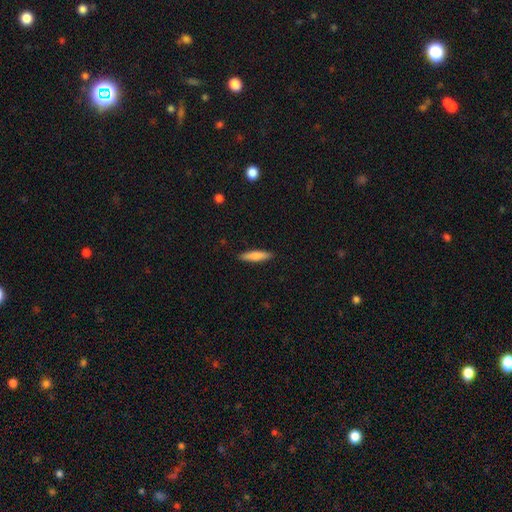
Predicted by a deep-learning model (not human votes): Smooth or featured?
  - smooth: 75% *
  - featured or disk: 19%
  - star or artifact: 6%
How rounded?
  - cigar-shaped: 81% *
  - in between: 17%
  - round: 1%
Merging?
  - none: 90% *
  - minor disturbance: 7%
  - major disturbance: 2%
  - merger: 1%